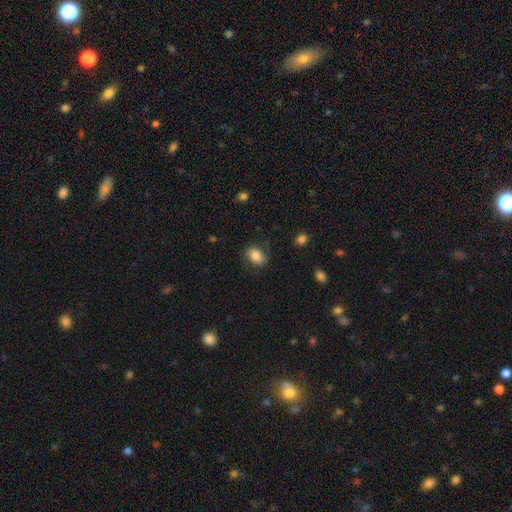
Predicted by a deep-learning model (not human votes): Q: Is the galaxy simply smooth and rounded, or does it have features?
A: smooth — 60%.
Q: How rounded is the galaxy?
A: in between — 68%.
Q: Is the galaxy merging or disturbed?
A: none — 68%.